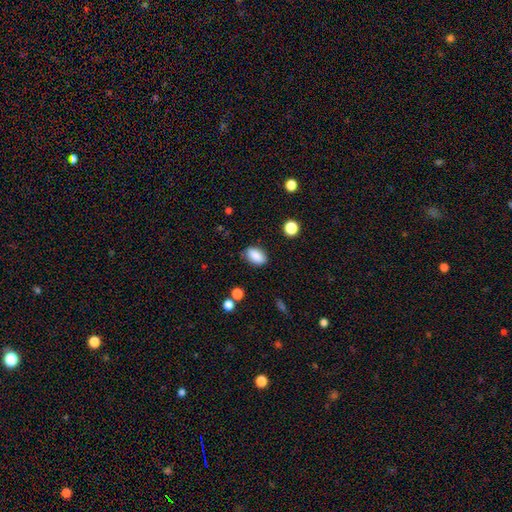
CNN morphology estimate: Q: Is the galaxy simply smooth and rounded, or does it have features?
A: smooth — 86%.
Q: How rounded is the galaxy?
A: in between — 89%.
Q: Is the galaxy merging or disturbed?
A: none — 81%.